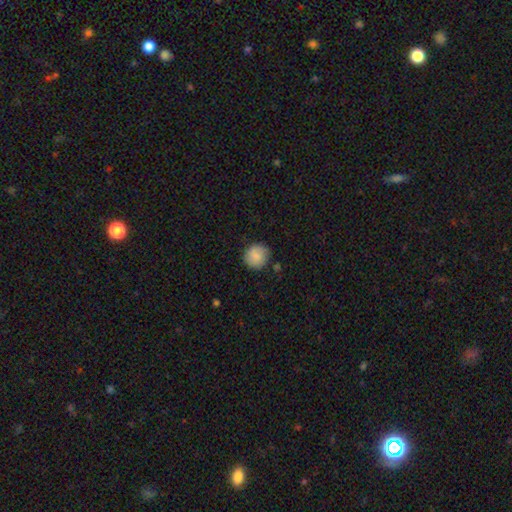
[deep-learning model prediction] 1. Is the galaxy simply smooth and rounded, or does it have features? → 86% smooth, 7% star or artifact, 7% featured or disk.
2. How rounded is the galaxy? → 92% round, 7% in between, 1% cigar-shaped.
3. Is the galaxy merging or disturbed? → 85% none, 11% minor disturbance, 2% major disturbance, 2% merger.